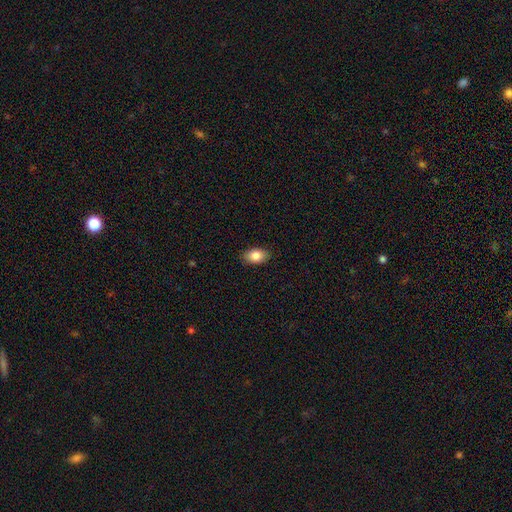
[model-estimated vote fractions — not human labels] Morphology: type=smooth (85%); roundness=in between (88%); merging=none (88%).